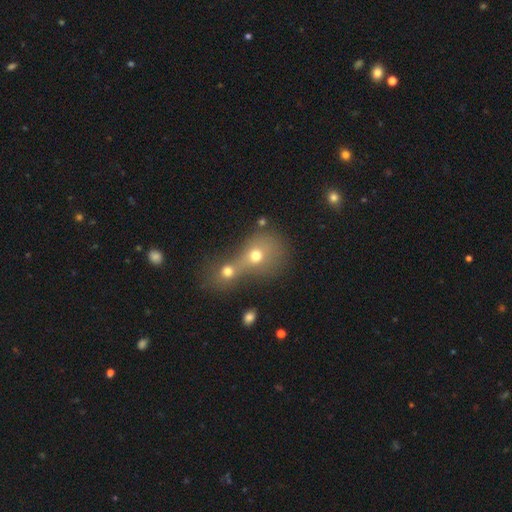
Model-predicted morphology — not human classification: Smooth or featured? smooth (66%)
How rounded? round (70%)
Merging? merger (70%)